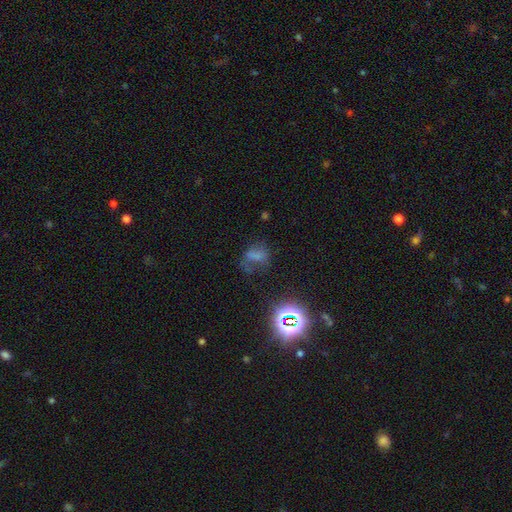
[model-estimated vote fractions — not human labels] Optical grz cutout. It shows a smooth galaxy with no disk features (51%) that is in between round and cigar-shaped (63%). Merging: none (48%).